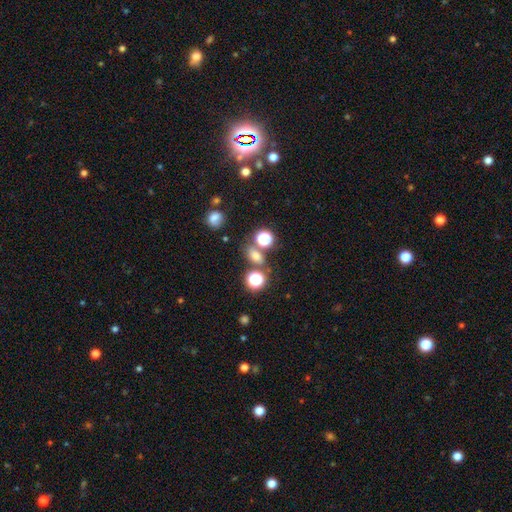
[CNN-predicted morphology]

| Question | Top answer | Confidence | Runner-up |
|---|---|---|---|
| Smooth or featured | smooth | 62% | star or artifact (28%) |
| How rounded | in between | 53% | round (44%) |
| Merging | none | 65% | merger (19%) |